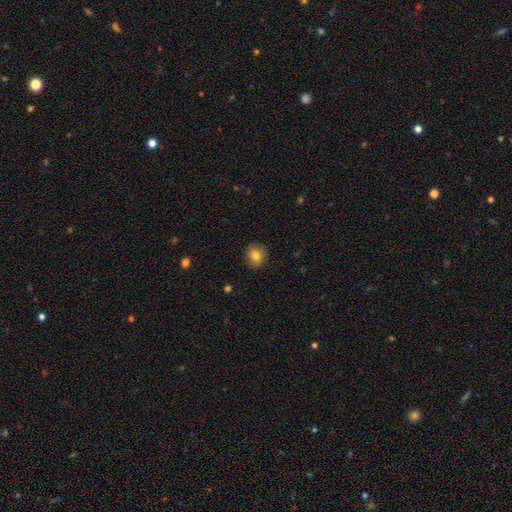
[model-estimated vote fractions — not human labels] Overall: smooth (80%). How rounded: round (73%). Merging: none (87%).